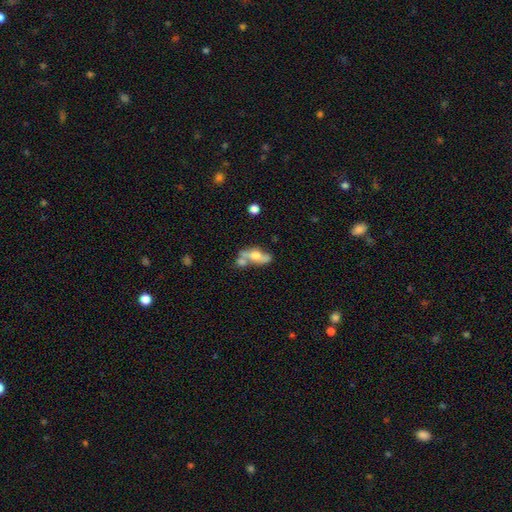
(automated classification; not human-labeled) This appears to be a featured or disk galaxy (52%). Merging: none (42%).